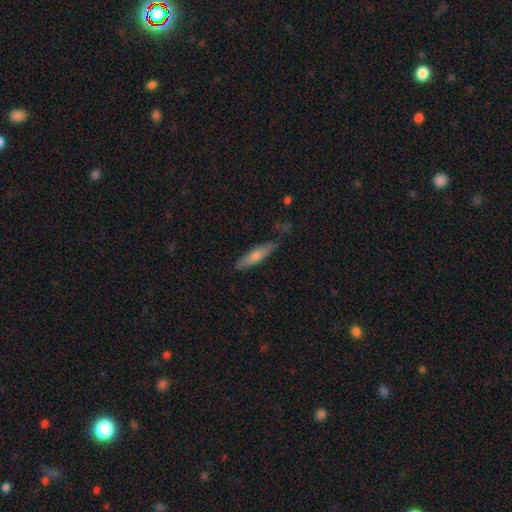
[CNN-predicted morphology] smooth-or-featured: smooth: 59% | featured or disk: 34% | star or artifact: 7%
  how-rounded: cigar-shaped: 82% | in between: 16% | round: 2%
  merging: none: 82% | minor disturbance: 14% | major disturbance: 3% | merger: 2%